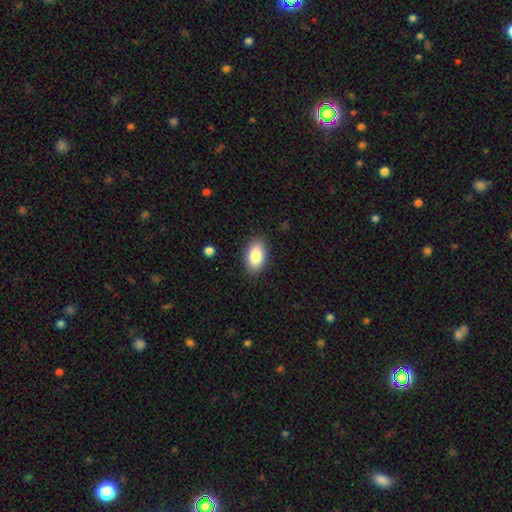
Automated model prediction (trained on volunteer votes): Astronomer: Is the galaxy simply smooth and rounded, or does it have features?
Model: smooth — 85%.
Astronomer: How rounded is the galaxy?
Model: in between — 92%.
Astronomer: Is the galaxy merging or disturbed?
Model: none — 87%.